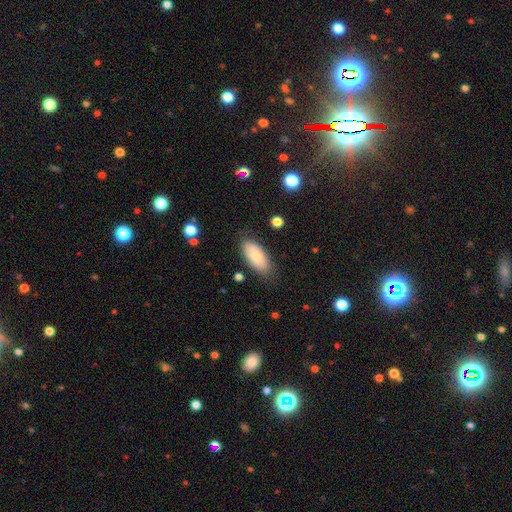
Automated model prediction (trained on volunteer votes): This appears to be a smooth galaxy with no disk features (76%) that is in between round and cigar-shaped (91%). Merging: none (79%).